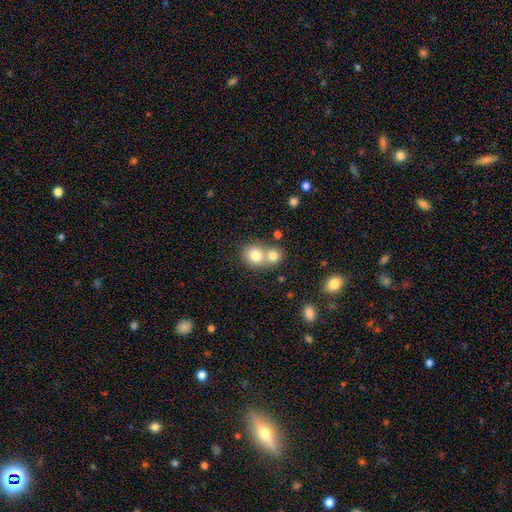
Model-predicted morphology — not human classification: Overall: smooth (79%). How rounded: round (77%). Merging: merger (57%; none 34%).